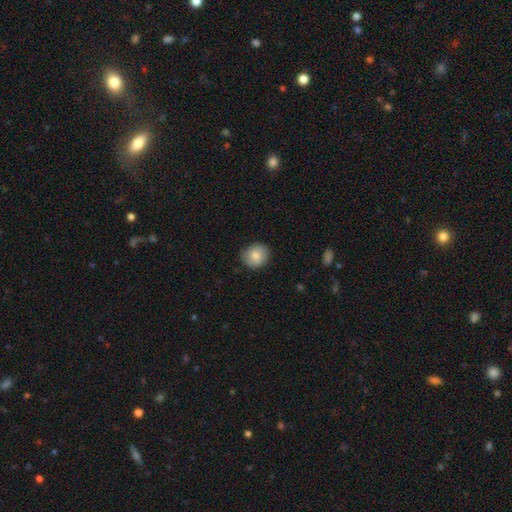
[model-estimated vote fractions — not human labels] Smooth or featured?
  - smooth: 83% *
  - featured or disk: 9%
  - star or artifact: 7%
How rounded?
  - round: 73% *
  - in between: 26%
  - cigar-shaped: 1%
Merging?
  - none: 86% *
  - minor disturbance: 11%
  - major disturbance: 2%
  - merger: 1%